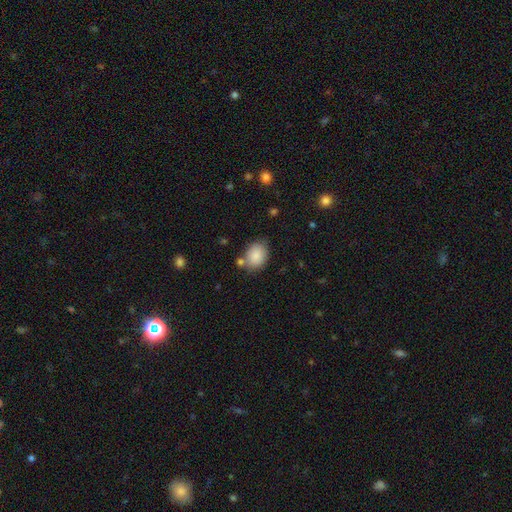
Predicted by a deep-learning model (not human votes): Morphology: type=smooth (86%); roundness=in between (60%); merging=none (69%).